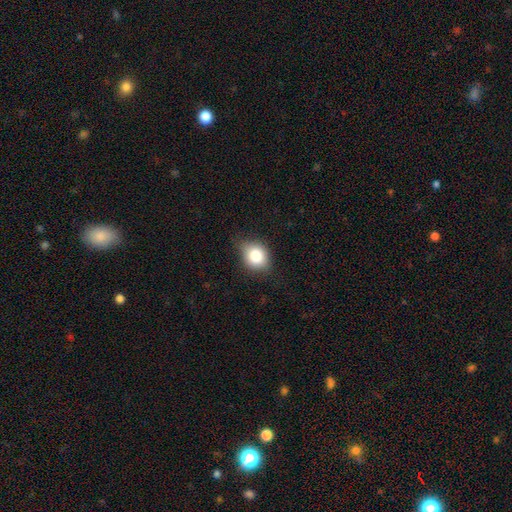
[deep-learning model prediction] Smooth or featured: smooth — 81% (star or artifact — 10%)
How rounded: round — 56% (in between — 43%)
Merging: none — 72% (minor disturbance — 23%)